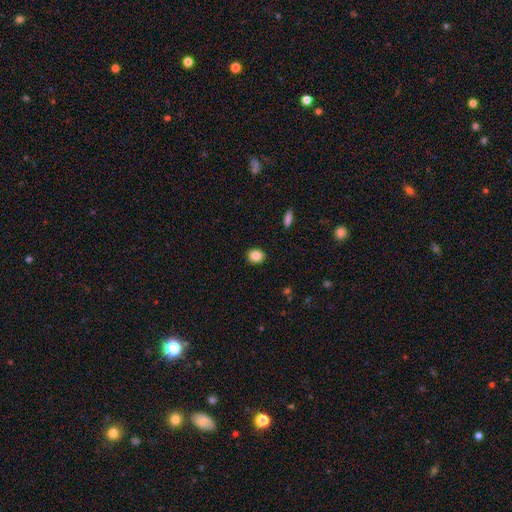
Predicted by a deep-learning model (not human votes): Smooth or featured? Predicted: smooth (p=0.85). How rounded? Predicted: round (p=0.63). Merging? Predicted: none (p=0.91).